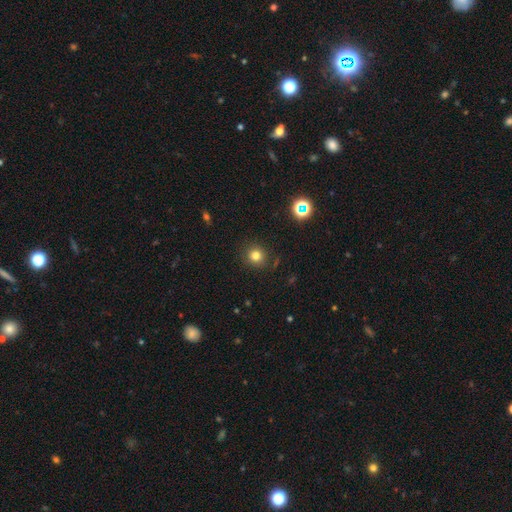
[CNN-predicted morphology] smooth 78%, star or artifact 15%, featured or disk 6%. Down the decision tree: how rounded — round (91%); merging — none (88%).